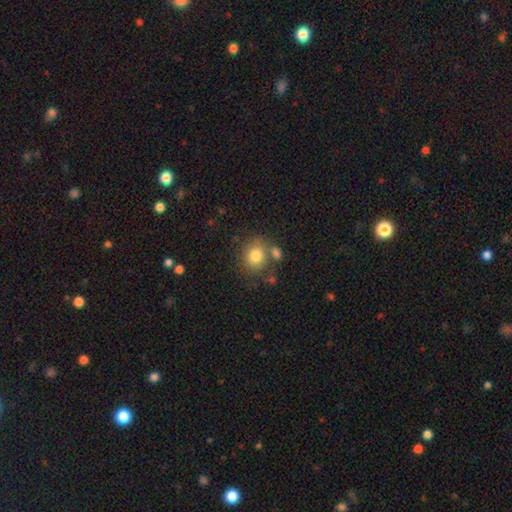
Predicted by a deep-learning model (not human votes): This is likely a smooth galaxy (80%). How rounded: likely round (70%). Merging: likely none (64%).